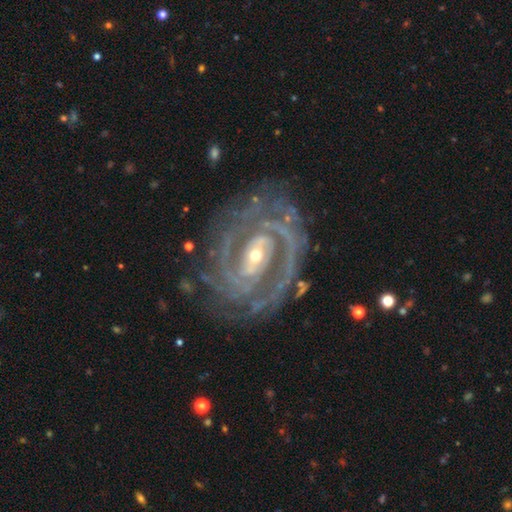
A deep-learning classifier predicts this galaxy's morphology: The model was most divided on "bulge size": small: 50%, moderate: 46%, large: 3%, none: 1%, dominant: 1%. Remaining: spiral arms — yes (97%); edge-on disk — no (97%); smooth or featured — featured or disk (92%); merging — none (73%); spiral winding — tight (67%); spiral arm count — 2 (42%); bar — weak (36%).